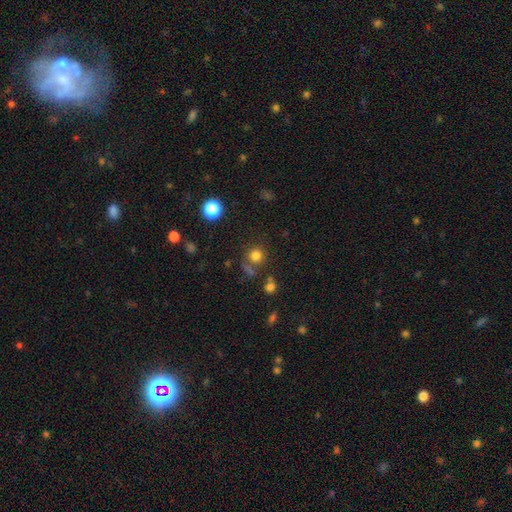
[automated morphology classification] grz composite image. It shows a smooth galaxy with no disk features (77%) that is round (92%). Merging: none (75%).